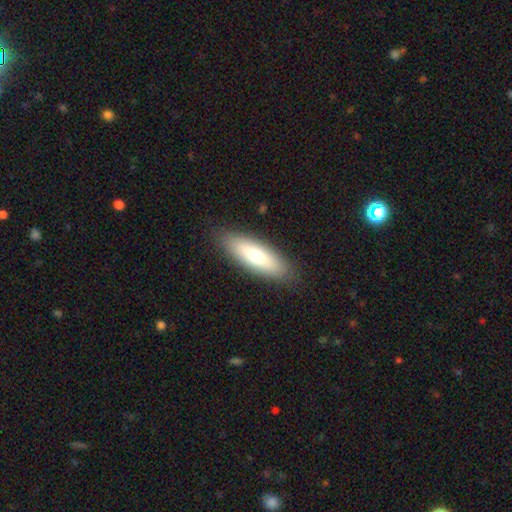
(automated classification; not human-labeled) A smooth galaxy with no disk features (70%) that is in between round and cigar-shaped (55%). Merging: none (88%).